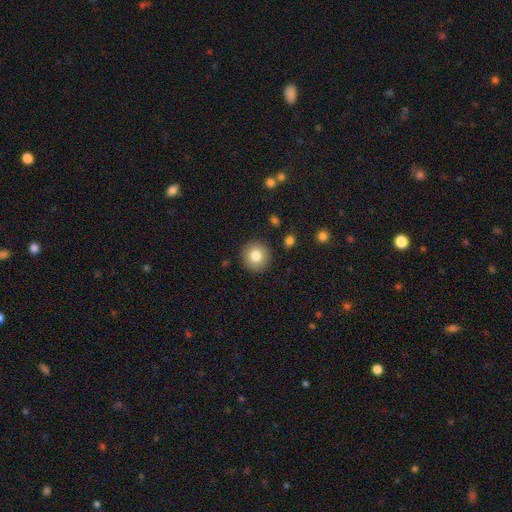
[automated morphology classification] smooth-or-featured: smooth: 82% | featured or disk: 9% | star or artifact: 9%
  how-rounded: round: 93% | in between: 6% | cigar-shaped: 1%
  merging: none: 90% | minor disturbance: 6% | major disturbance: 2% | merger: 1%